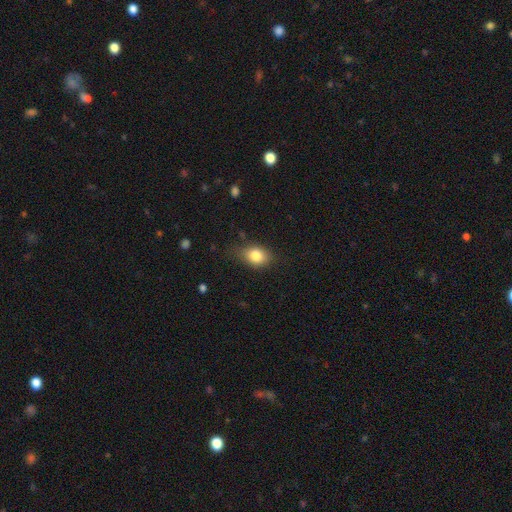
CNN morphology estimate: Smooth or featured: smooth — 82% (featured or disk — 9%)
How rounded: in between — 68% (round — 30%)
Merging: none — 69% (minor disturbance — 24%)